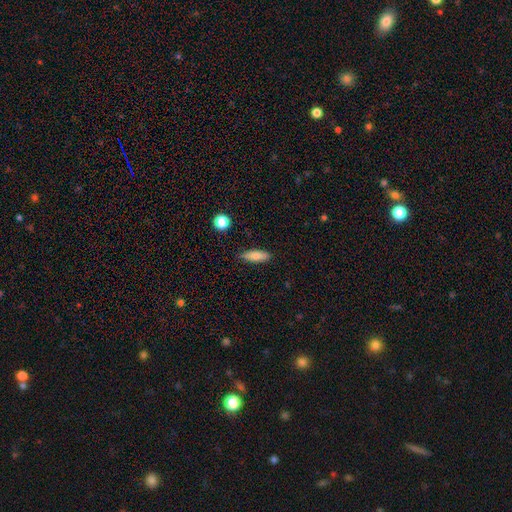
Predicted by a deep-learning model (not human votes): This appears to be a smooth galaxy with no disk features (75%) that is in between round and cigar-shaped (57%). Merging: none (83%).